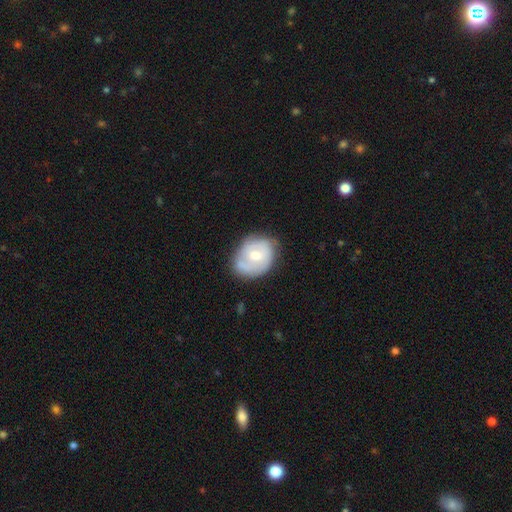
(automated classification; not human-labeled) Overall: featured or disk (53%; smooth 41%). Edge-on disk: no (96%). Bar: no (69%). Spiral arms: yes (63%; no 37%). Bulge size: moderate (62%; small 32%). Merging: none (58%; minor disturbance 30%).